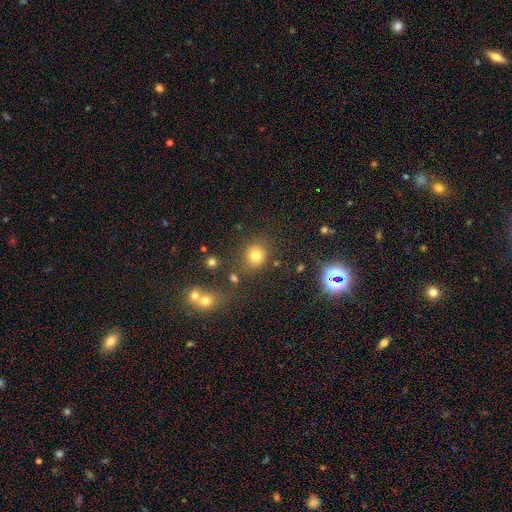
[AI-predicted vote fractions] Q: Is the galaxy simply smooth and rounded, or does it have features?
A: smooth — 76%.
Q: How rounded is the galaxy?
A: round — 84%.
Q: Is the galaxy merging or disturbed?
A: none — 76%.